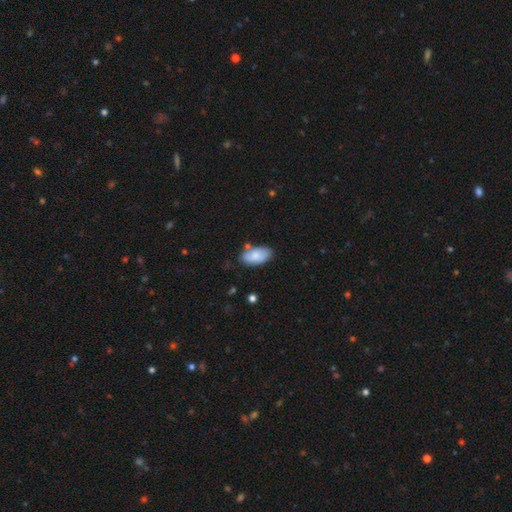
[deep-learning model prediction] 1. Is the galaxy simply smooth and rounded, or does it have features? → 76% smooth, 17% featured or disk, 6% star or artifact.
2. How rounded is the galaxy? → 94% in between, 3% round, 3% cigar-shaped.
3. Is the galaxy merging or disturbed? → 67% none, 22% minor disturbance, 7% merger, 4% major disturbance.